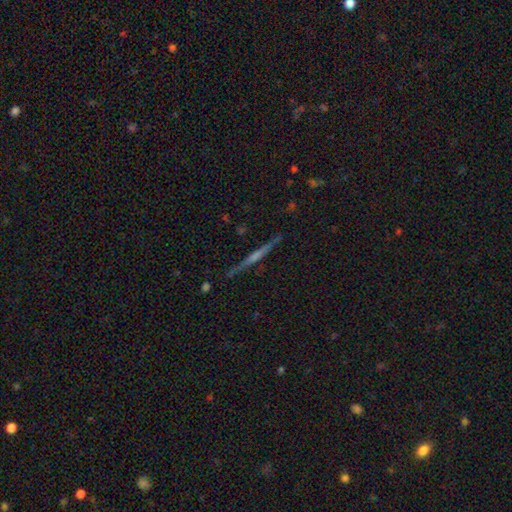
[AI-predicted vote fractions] Smooth or featured?
  - featured or disk: 72% *
  - smooth: 20%
  - star or artifact: 8%
Edge-on disk?
  - yes: 98% *
  - no: 2%
Edge-on bulge?
  - rounded: 43% *
  - none: 41%
  - boxy: 16%
Merging?
  - none: 90% *
  - minor disturbance: 7%
  - major disturbance: 2%
  - merger: 1%